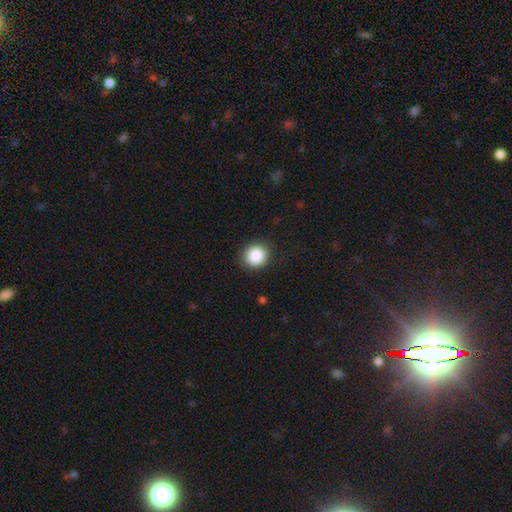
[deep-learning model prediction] A smooth galaxy with no disk features (88%) that is round (89%). Merging: none (90%).